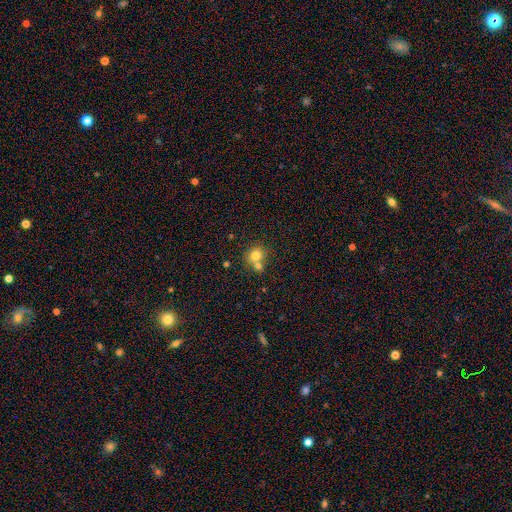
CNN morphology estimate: This is likely a smooth galaxy (75%). How rounded: likely round (79%). Merging: possibly none (45%).